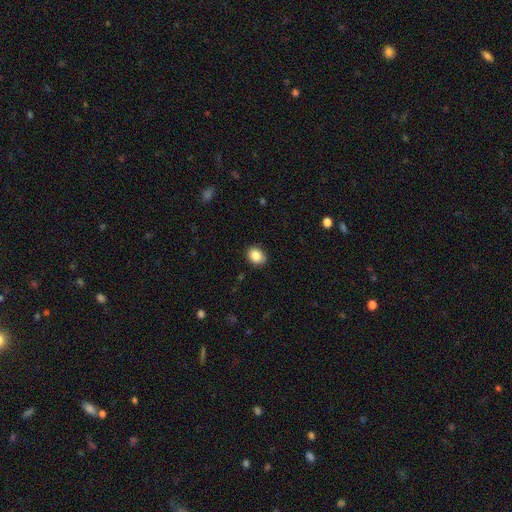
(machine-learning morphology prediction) This is clearly a smooth galaxy (85%). How rounded: likely in between (63%). Merging: clearly none (88%).